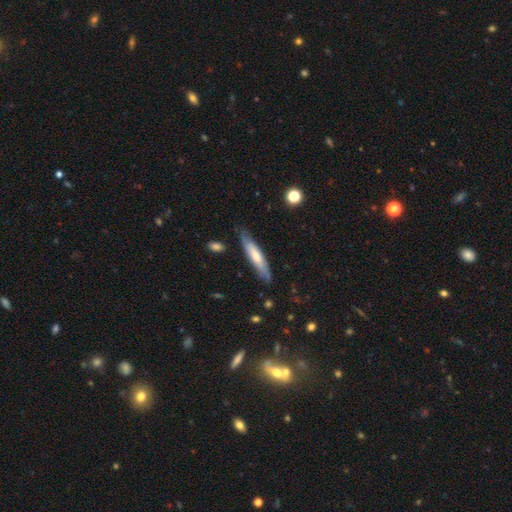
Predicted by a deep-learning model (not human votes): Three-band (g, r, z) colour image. It shows a smooth galaxy with no disk features (57%) that is cigar-shaped (83%). Merging: none (78%).